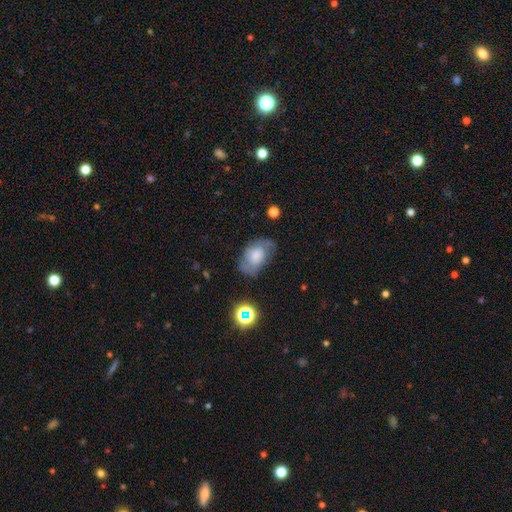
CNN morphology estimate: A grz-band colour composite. It shows a featured or disk galaxy (47%). Merging: none (61%).